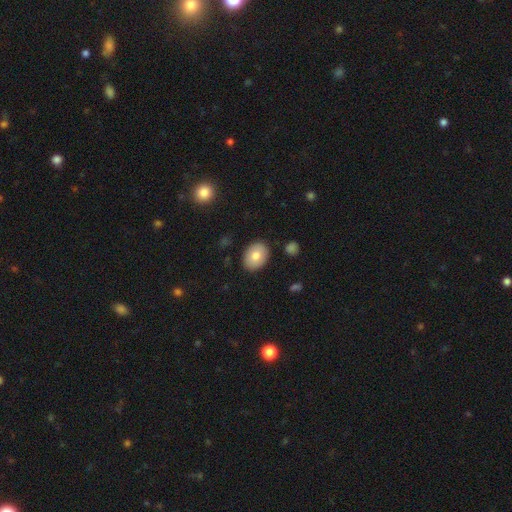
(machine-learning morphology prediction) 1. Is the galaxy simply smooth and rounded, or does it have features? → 78% smooth, 15% featured or disk, 7% star or artifact.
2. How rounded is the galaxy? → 73% in between, 26% round, 1% cigar-shaped.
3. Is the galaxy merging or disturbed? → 88% none, 9% minor disturbance, 2% major disturbance, 1% merger.